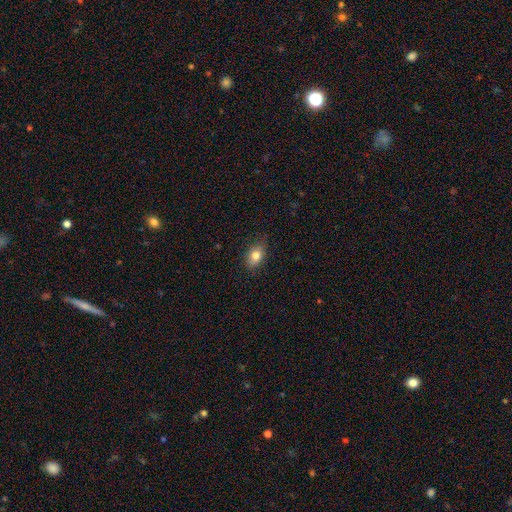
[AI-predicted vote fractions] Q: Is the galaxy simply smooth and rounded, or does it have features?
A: smooth — 80%.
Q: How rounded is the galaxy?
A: in between — 83%.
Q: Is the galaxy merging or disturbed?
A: none — 81%.